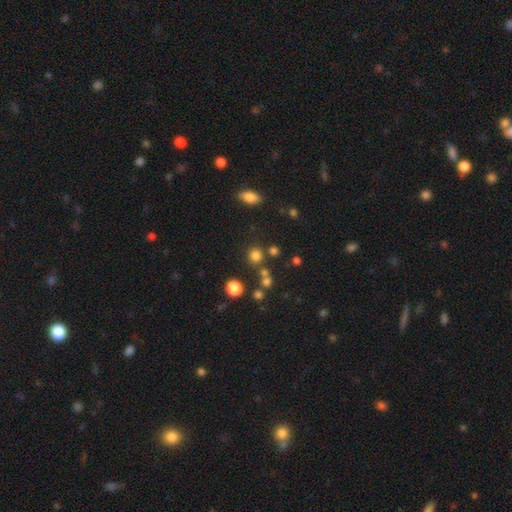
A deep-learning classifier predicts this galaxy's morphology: A smooth galaxy with no disk features (76%) that is round (88%).

Vote fractions:
- Smooth or featured? smooth: 76% / star or artifact: 17% / featured or disk: 6%
- How rounded? round: 88% / in between: 11% / cigar-shaped: 1%
- Merging? none: 76% / merger: 11% / minor disturbance: 9% / major disturbance: 4%